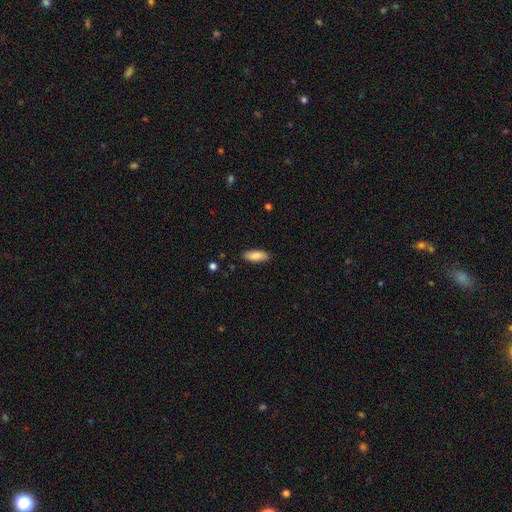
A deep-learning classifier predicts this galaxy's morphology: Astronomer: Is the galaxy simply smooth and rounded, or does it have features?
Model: smooth — 87%.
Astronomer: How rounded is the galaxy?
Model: in between — 75%.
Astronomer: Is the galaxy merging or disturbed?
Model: none — 87%.